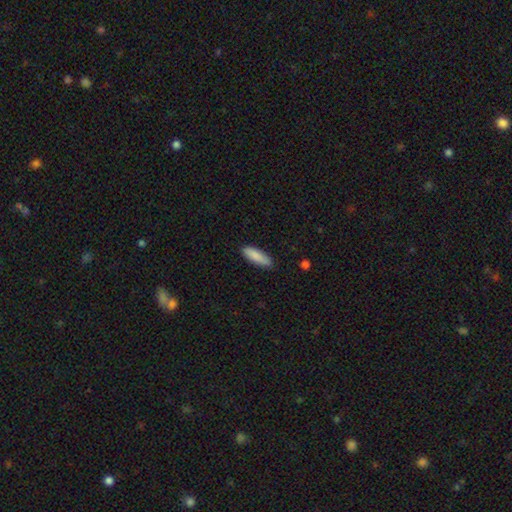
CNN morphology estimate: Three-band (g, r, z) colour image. It shows a smooth galaxy with no disk features (87%) that is cigar-shaped (50%). Merging: none (87%).